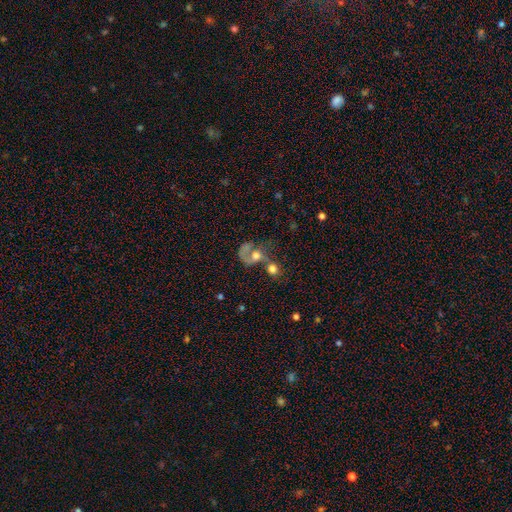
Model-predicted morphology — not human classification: featured or disk 46%, smooth 43%, star or artifact 11%. Down the decision tree: merging — merger (55%).